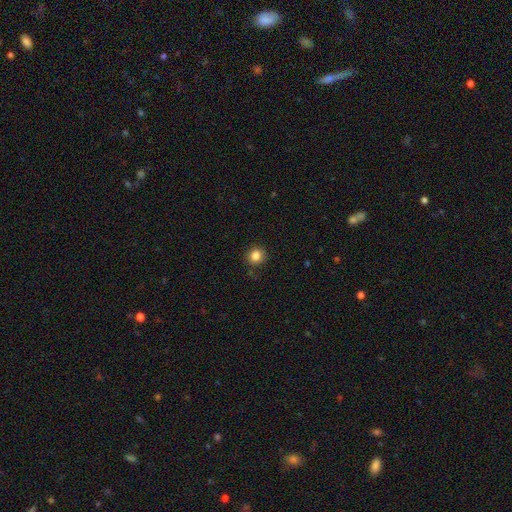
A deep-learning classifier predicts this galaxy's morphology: Smooth or featured? smooth (84%)
How rounded? round (89%)
Merging? none (86%)